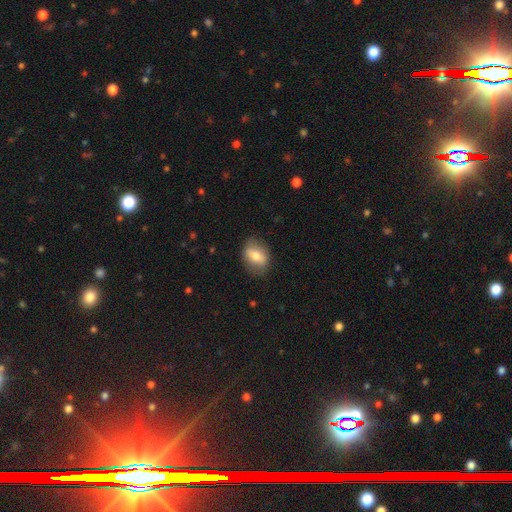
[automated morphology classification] smooth-or-featured: smooth: 66% | featured or disk: 27% | star or artifact: 7%
  how-rounded: in between: 72% | round: 26% | cigar-shaped: 2%
  merging: none: 78% | minor disturbance: 16% | major disturbance: 5% | merger: 1%